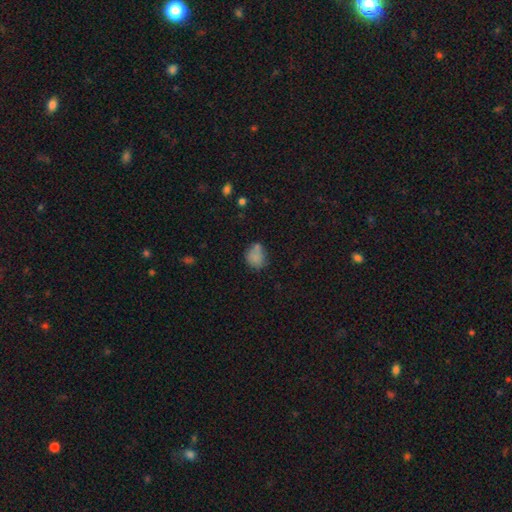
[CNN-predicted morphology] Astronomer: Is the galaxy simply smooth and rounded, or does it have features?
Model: smooth — 79%.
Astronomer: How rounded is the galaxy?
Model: round — 58% (runner-up: in between, 40%).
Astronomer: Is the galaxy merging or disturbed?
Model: none — 57%.